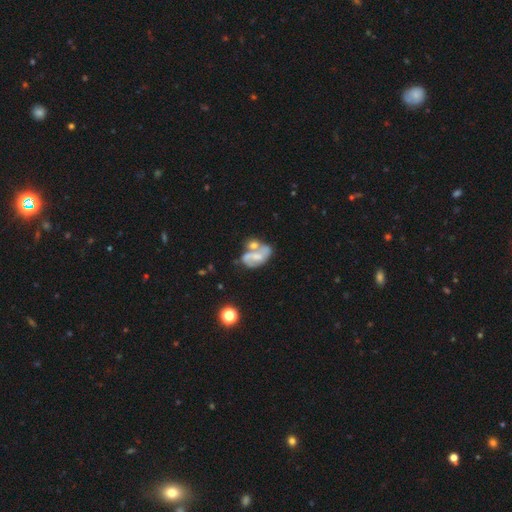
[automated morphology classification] This appears to be a featured or disk galaxy (64%) with no bar (46%), spiral arms (63%) and a small central bulge (36%). Merging: merger (47%).